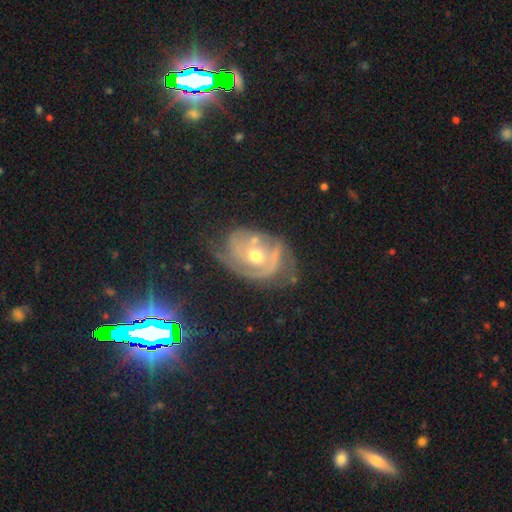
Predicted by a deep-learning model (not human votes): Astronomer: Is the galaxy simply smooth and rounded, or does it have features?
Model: featured or disk — 80%.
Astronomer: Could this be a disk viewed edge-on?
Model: no — 96%.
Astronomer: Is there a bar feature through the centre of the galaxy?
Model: no — 74%.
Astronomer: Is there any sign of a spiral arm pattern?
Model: yes — 82%.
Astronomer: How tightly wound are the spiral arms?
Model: tight — 52% (runner-up: medium, 33%).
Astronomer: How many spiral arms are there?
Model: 2 — 41% (runner-up: can't tell, 27%).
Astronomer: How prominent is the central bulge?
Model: moderate — 72%.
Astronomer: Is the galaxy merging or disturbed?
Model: none — 43% (runner-up: minor disturbance, 27%).